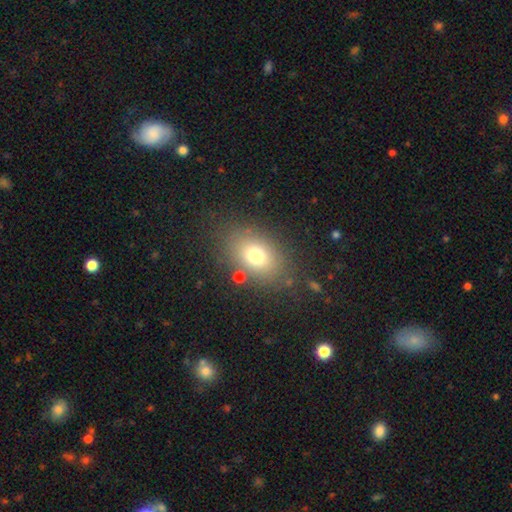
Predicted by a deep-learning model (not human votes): Smooth or featured: smooth — 74% (featured or disk — 13%)
How rounded: in between — 76% (round — 23%)
Merging: none — 80% (minor disturbance — 11%)